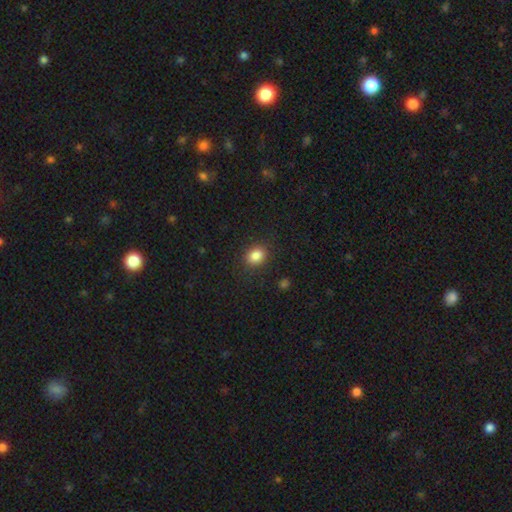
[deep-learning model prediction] Overall: smooth (84%). How rounded: in between (50%; round 49%). Merging: none (87%).